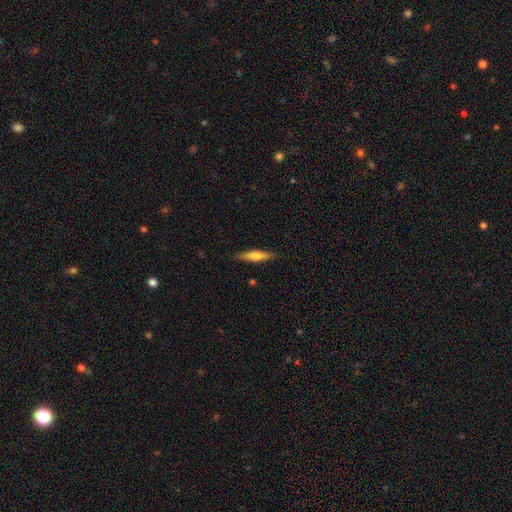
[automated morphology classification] featured or disk 49%, smooth 46%, star or artifact 6%. Down the decision tree: merging — none (89%).